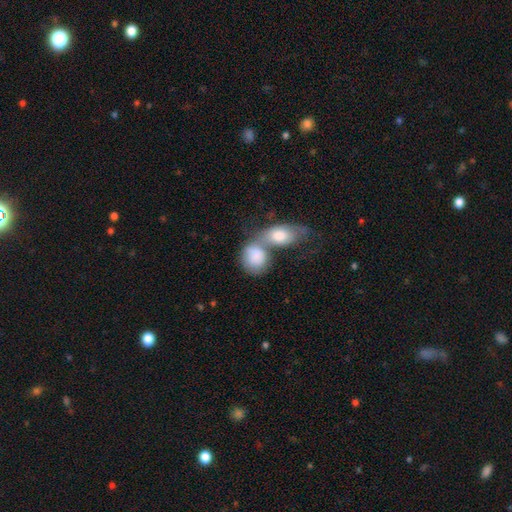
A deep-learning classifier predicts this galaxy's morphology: This appears to be a smooth galaxy with no disk features (82%) that is in between round and cigar-shaped (54%). Merging: merger (67%).